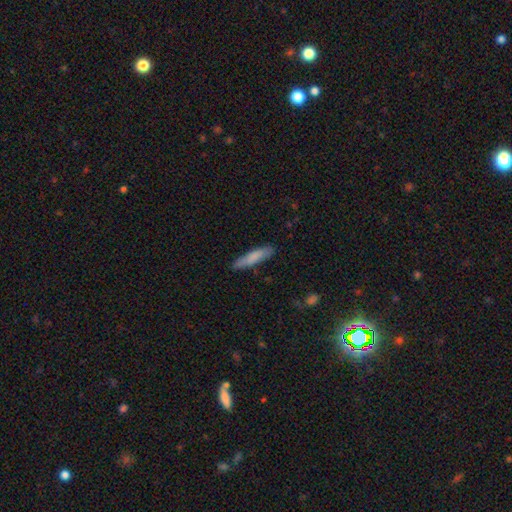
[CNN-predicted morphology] This is likely a smooth galaxy (78%). How rounded: clearly cigar-shaped (87%). Merging: clearly none (86%).